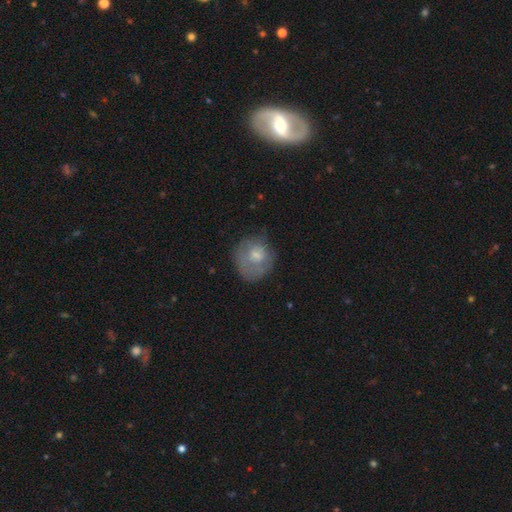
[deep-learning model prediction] A smooth galaxy with no disk features (64%) that is round (76%). Merging: none (49%).